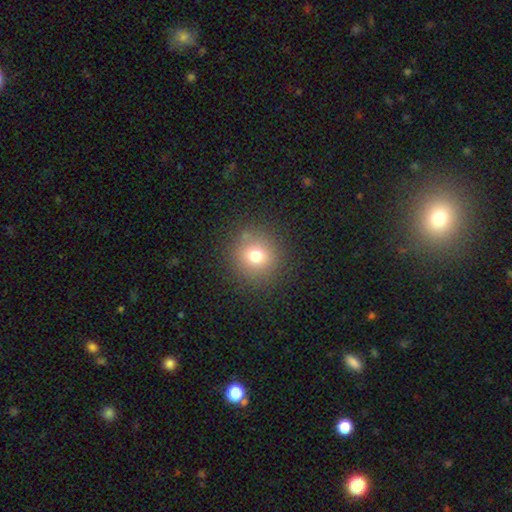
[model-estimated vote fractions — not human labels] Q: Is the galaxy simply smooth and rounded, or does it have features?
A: smooth — 72%.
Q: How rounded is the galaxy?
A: round — 92%.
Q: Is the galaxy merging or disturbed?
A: none — 87%.